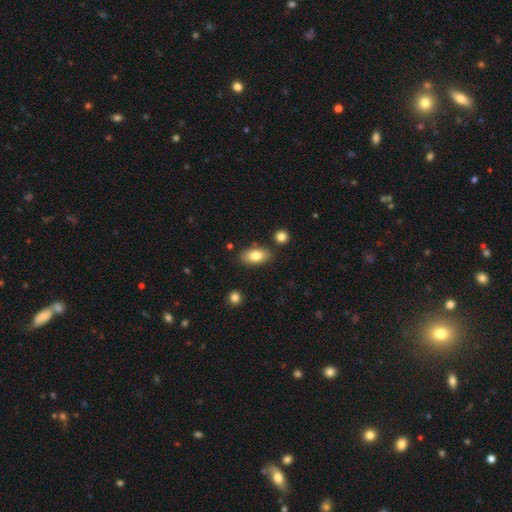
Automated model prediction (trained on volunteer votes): Smooth or featured?
  - smooth: 81% *
  - featured or disk: 12%
  - star or artifact: 7%
How rounded?
  - in between: 91% *
  - round: 5%
  - cigar-shaped: 4%
Merging?
  - none: 82% *
  - minor disturbance: 11%
  - merger: 4%
  - major disturbance: 2%